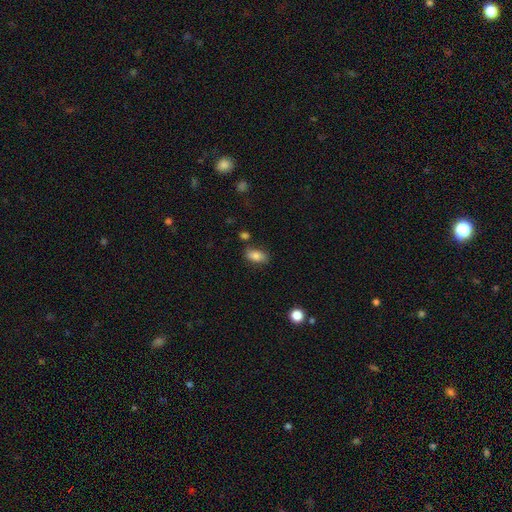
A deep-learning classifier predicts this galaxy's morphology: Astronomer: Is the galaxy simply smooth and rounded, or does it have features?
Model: smooth — 83%.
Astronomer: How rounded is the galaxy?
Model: in between — 90%.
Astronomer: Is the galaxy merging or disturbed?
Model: none — 77%.